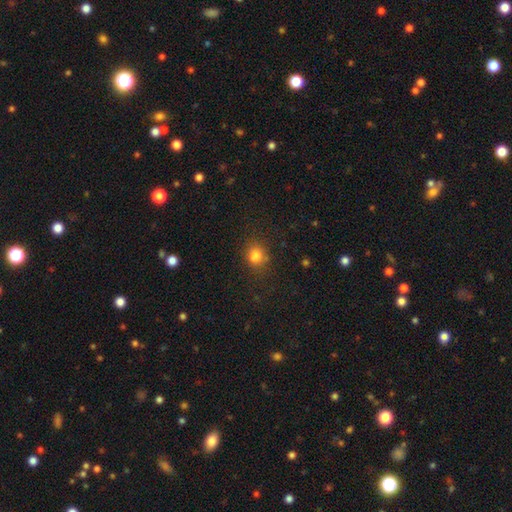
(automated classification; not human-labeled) Smooth or featured: smooth — 80% (star or artifact — 14%)
How rounded: round — 67% (in between — 32%)
Merging: none — 74% (minor disturbance — 16%)